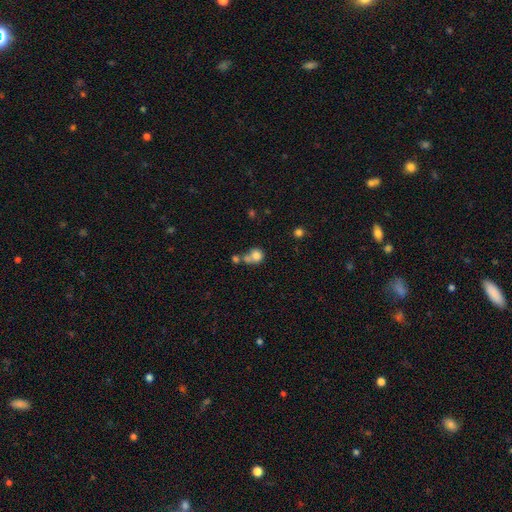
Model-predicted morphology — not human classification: Smooth or featured: smooth — 78% (featured or disk — 12%)
How rounded: round — 74% (in between — 24%)
Merging: merger — 48% (none — 32%)